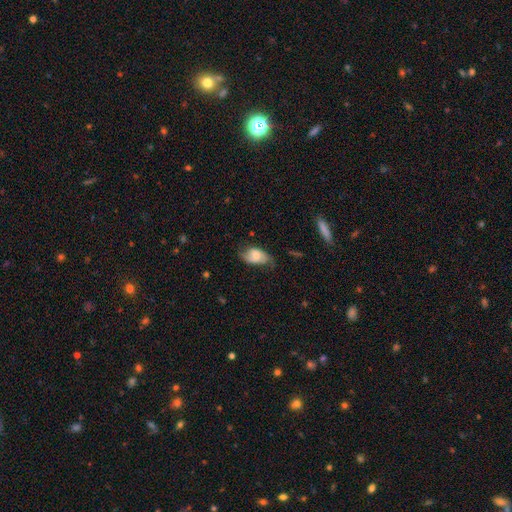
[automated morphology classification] featured or disk 49%, smooth 43%, star or artifact 8%. Down the decision tree: merging — none (55%).